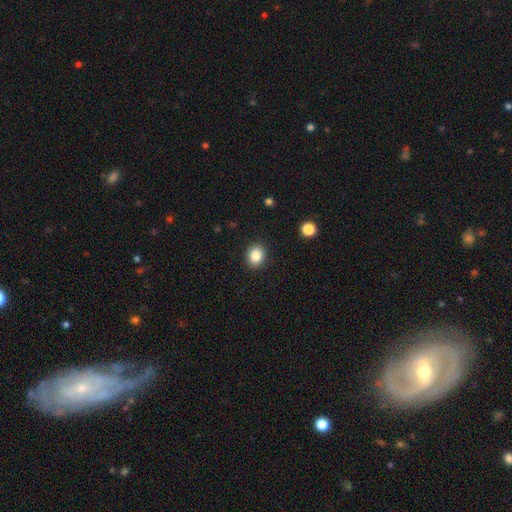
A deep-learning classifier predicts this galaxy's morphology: smooth-or-featured: smooth: 86% | star or artifact: 10% | featured or disk: 5%
  how-rounded: round: 62% | in between: 37% | cigar-shaped: 1%
  merging: none: 89% | minor disturbance: 7% | major disturbance: 2% | merger: 1%